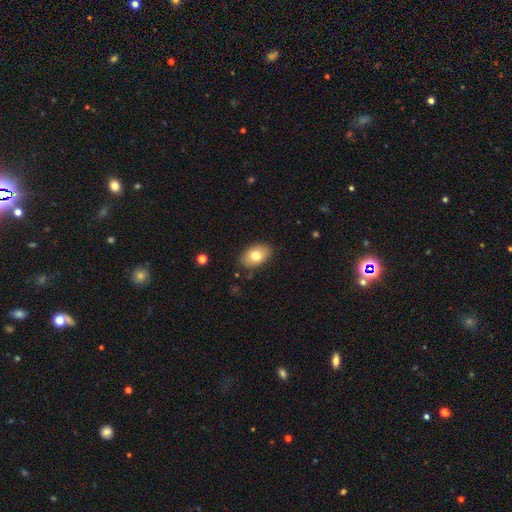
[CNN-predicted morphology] The model was most divided on "smooth or featured": smooth: 75%, featured or disk: 17%, star or artifact: 8%. More confident: how rounded — in between (88%); merging — none (85%).